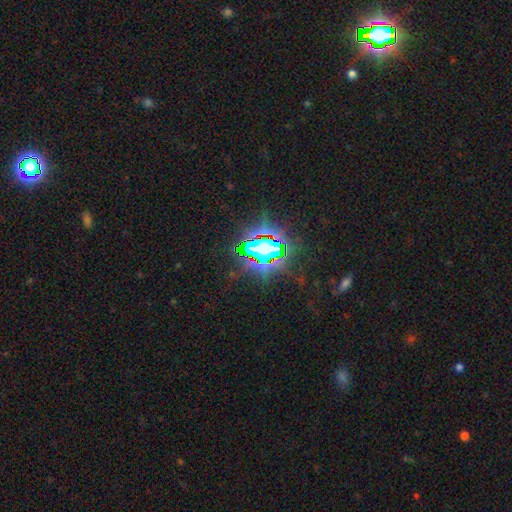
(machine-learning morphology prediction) star or artifact 73%, smooth 14%, featured or disk 13%.